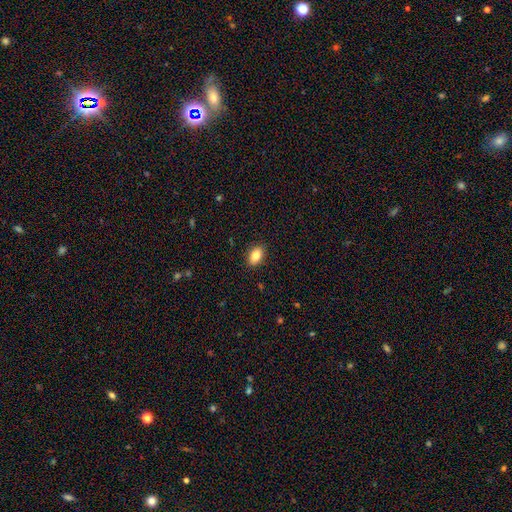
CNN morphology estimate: A smooth galaxy with no disk features (85%) that is in between round and cigar-shaped (88%). Merging: none (90%).